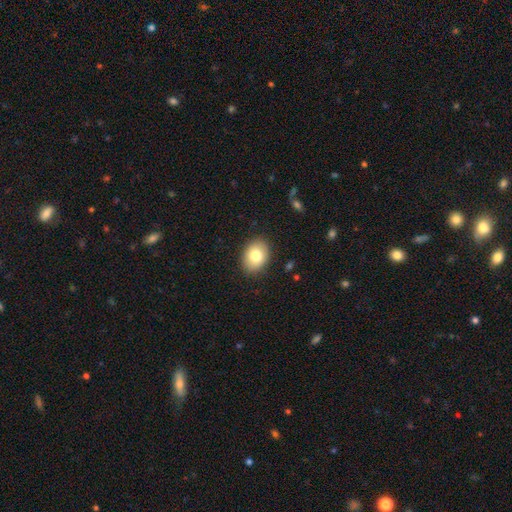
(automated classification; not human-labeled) Smooth or featured: smooth — 79% (featured or disk — 13%)
How rounded: in between — 71% (round — 28%)
Merging: none — 88% (minor disturbance — 8%)